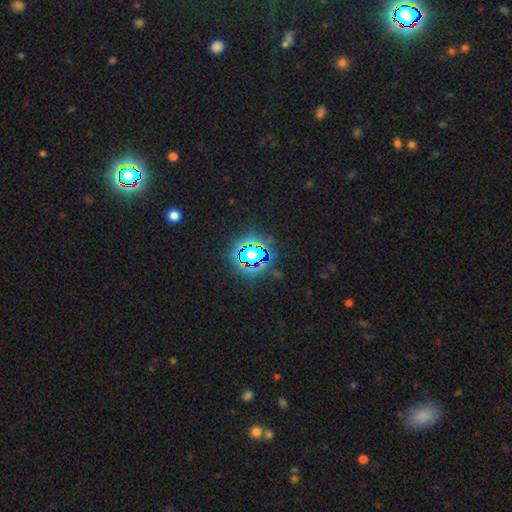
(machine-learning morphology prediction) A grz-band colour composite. It shows a star or artifact, not a galaxy (63%).